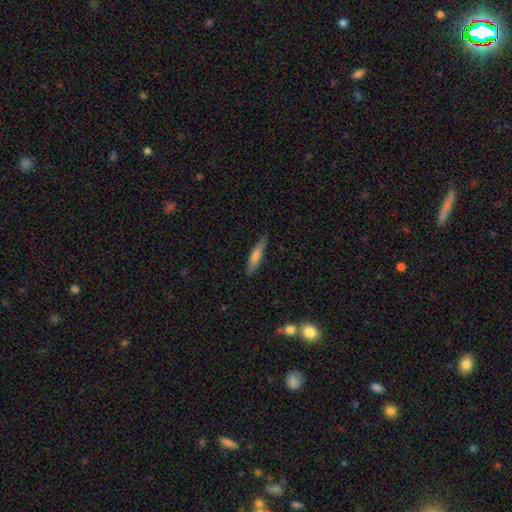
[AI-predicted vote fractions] smooth-or-featured: smooth: 62% | featured or disk: 32% | star or artifact: 6%
  how-rounded: cigar-shaped: 87% | in between: 11% | round: 2%
  merging: none: 86% | minor disturbance: 10% | major disturbance: 2% | merger: 2%